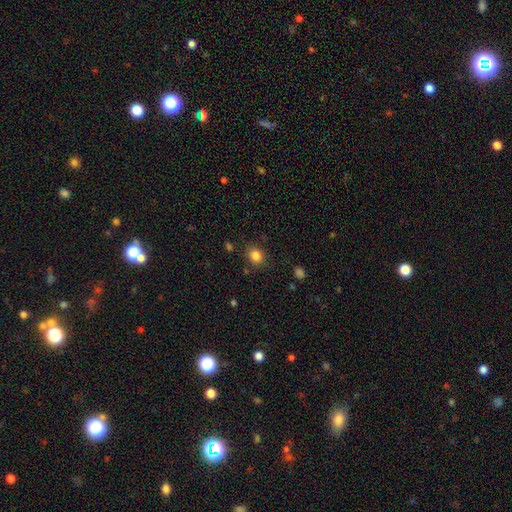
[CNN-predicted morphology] Overall: smooth (84%). How rounded: round (64%; in between 35%). Merging: none (83%).